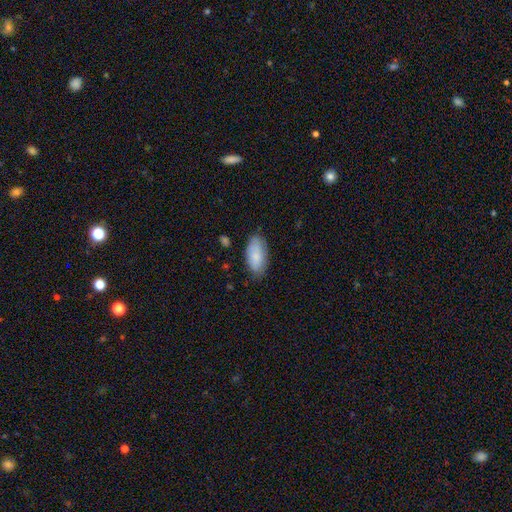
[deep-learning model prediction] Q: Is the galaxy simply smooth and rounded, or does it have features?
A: smooth — 80%.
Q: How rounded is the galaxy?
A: in between — 92%.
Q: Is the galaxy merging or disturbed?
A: none — 76%.